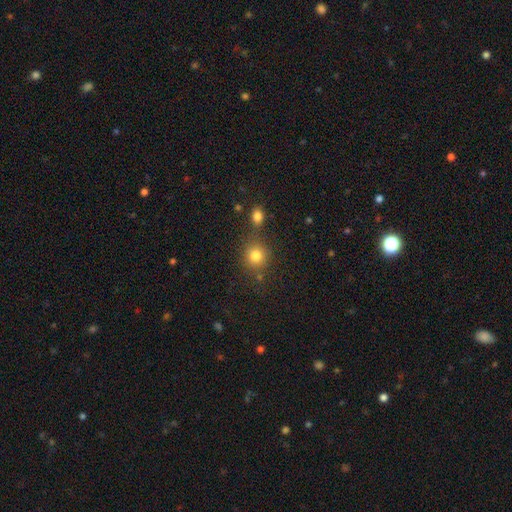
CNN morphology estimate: smooth 80%, star or artifact 13%, featured or disk 7%. Down the decision tree: how rounded — round (85%); merging — none (69%).